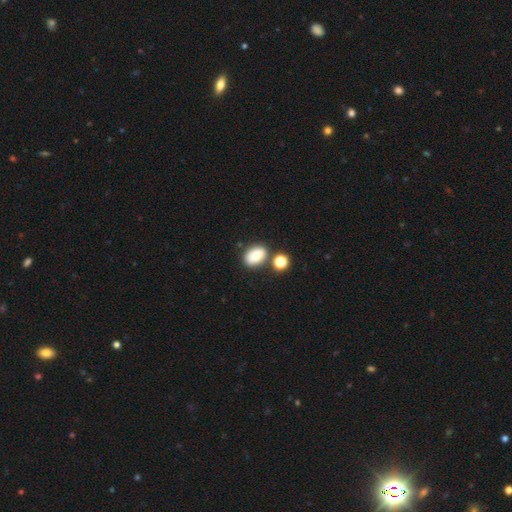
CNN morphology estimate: This is clearly a smooth galaxy (81%). How rounded: clearly in between (83%). Merging: likely none (68%).